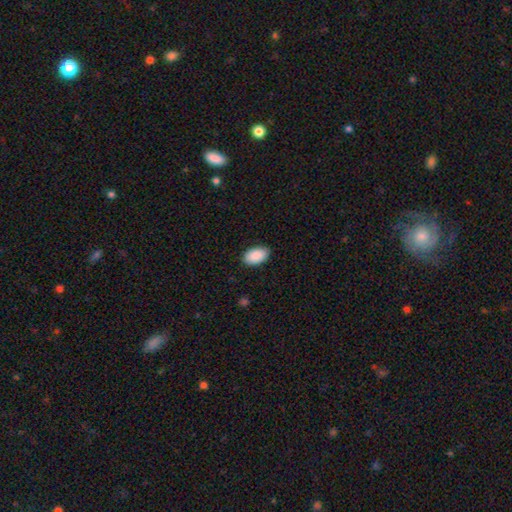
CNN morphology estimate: Overall: smooth (91%). How rounded: in between (95%). Merging: none (88%).